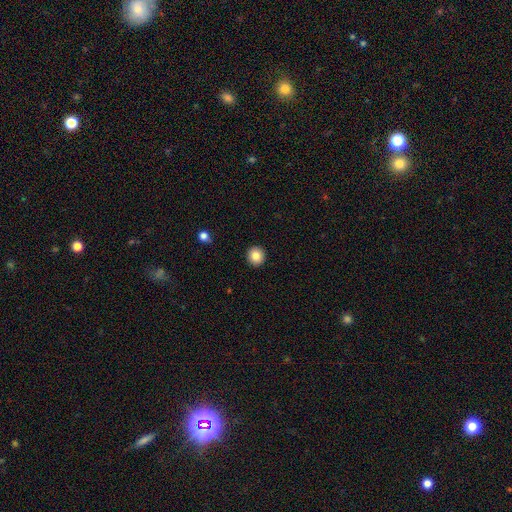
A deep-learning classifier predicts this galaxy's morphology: The model was most divided on "smooth or featured": smooth: 84%, star or artifact: 10%, featured or disk: 7%. More confident: how rounded — round (94%); merging — none (93%).